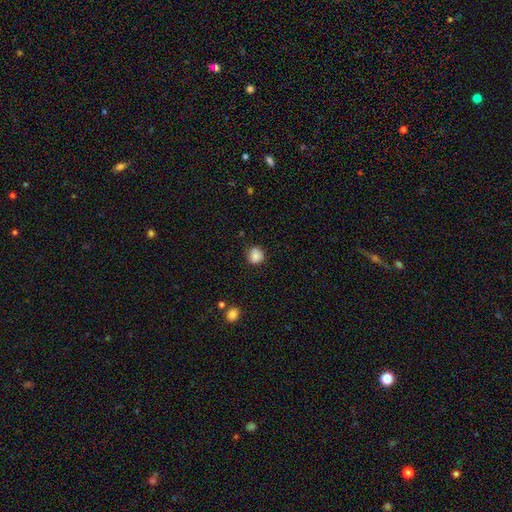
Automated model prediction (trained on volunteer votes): smooth-or-featured: smooth: 83% | star or artifact: 10% | featured or disk: 7%
  how-rounded: round: 85% | in between: 14% | cigar-shaped: 1%
  merging: none: 73% | minor disturbance: 19% | merger: 4% | major disturbance: 4%